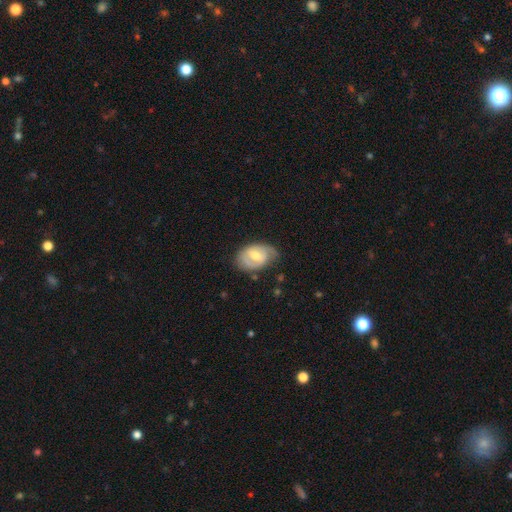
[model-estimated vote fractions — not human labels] A featured or disk galaxy (60%) with a weak bar (50%), spiral arms (72%) and a moderate central bulge (69%). Merging: none (63%).